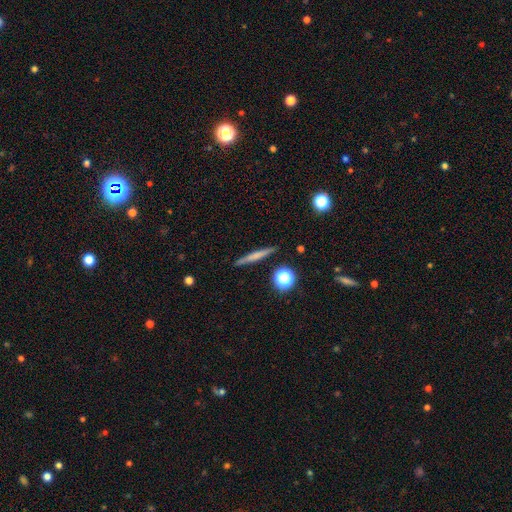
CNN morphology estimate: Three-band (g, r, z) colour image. It shows a smooth galaxy with no disk features (52%) that is cigar-shaped (91%). Merging: none (90%).